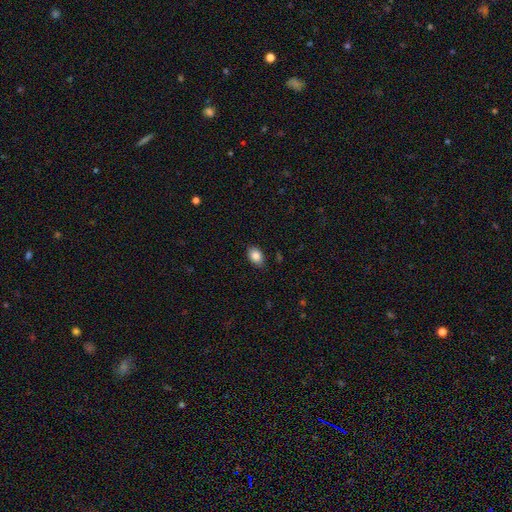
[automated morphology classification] Smooth or featured? Predicted: smooth (p=0.85). How rounded? Predicted: in between (p=0.85). Merging? Predicted: none (p=0.86).